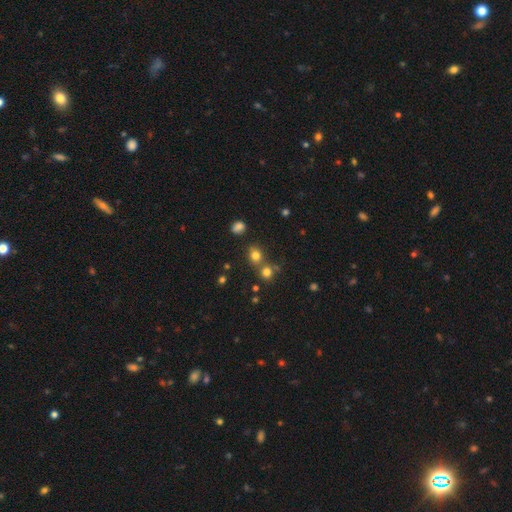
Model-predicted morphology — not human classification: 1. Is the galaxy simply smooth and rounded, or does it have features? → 75% smooth, 18% star or artifact, 7% featured or disk.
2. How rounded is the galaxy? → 76% round, 23% in between, 1% cigar-shaped.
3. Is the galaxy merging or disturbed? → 62% none, 26% merger, 9% minor disturbance, 4% major disturbance.